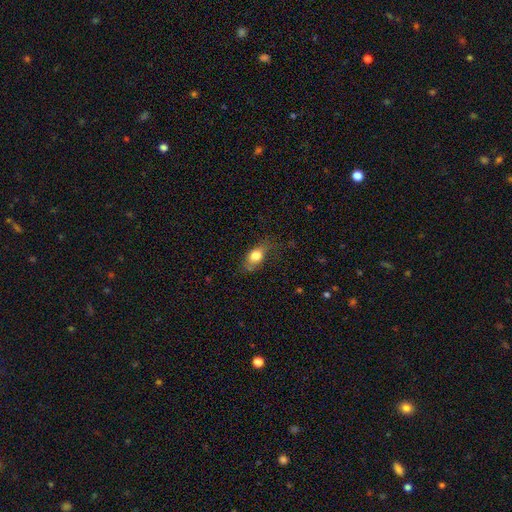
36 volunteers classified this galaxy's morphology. Smooth or featured?
  - smooth: 83% *
  - featured or disk: 11%
  - star or artifact: 6%
How rounded?
  - in between: 77% *
  - round: 20%
  - cigar-shaped: 3%
Merging?
  - none: 59% *
  - minor disturbance: 38%
  - major disturbance: 3%
  - merger: 0%